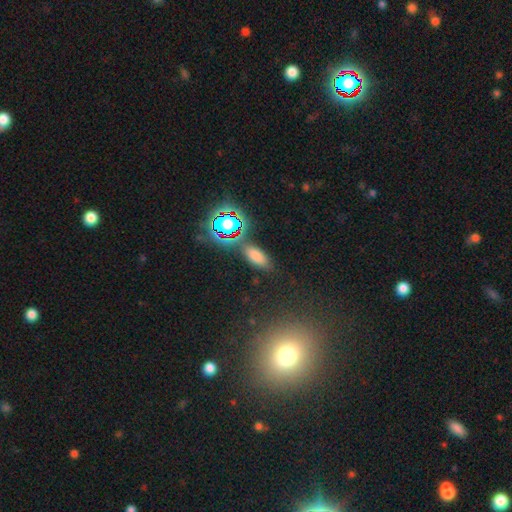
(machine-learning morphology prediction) smooth_or_featured: smooth (p=0.67) [alt: star or artifact p=0.25]
how_rounded: in between (p=0.80) [alt: cigar-shaped p=0.14]
merging: none (p=0.78) [alt: minor disturbance p=0.12]